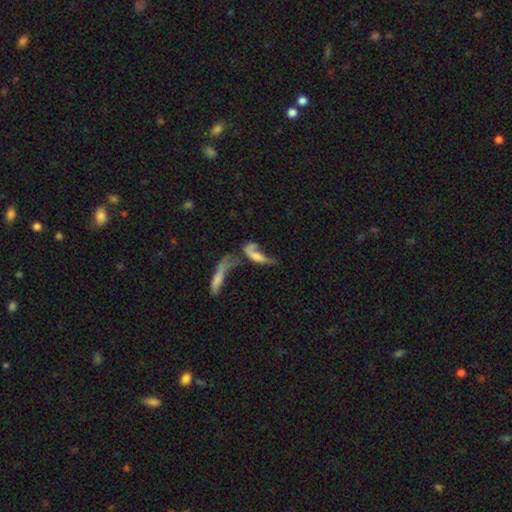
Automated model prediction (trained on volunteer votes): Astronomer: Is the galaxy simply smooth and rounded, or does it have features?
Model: smooth — 46% (runner-up: featured or disk, 42%).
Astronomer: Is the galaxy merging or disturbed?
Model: merger — 50% (runner-up: major disturbance, 25%).